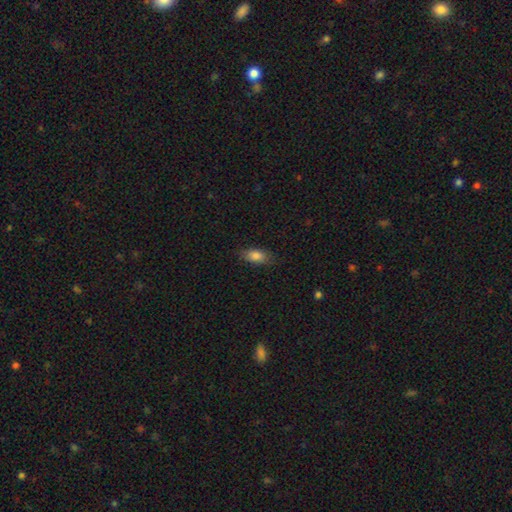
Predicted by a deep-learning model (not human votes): smooth-or-featured: smooth: 84% | featured or disk: 8% | star or artifact: 8%
  how-rounded: in between: 87% | cigar-shaped: 9% | round: 4%
  merging: none: 81% | minor disturbance: 15% | major disturbance: 3% | merger: 1%